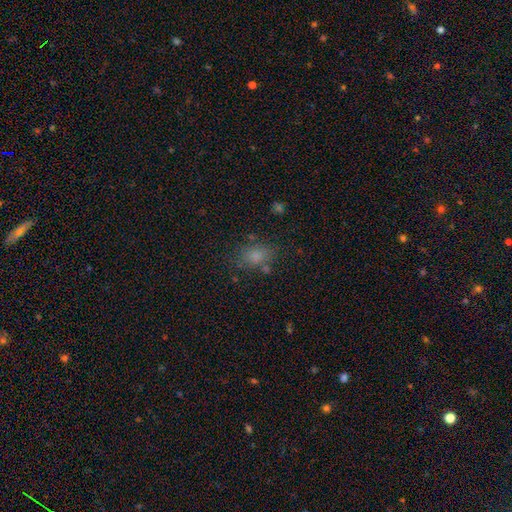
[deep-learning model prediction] Morphology: type=smooth (75%); roundness=in between (66%); merging=none (71%).